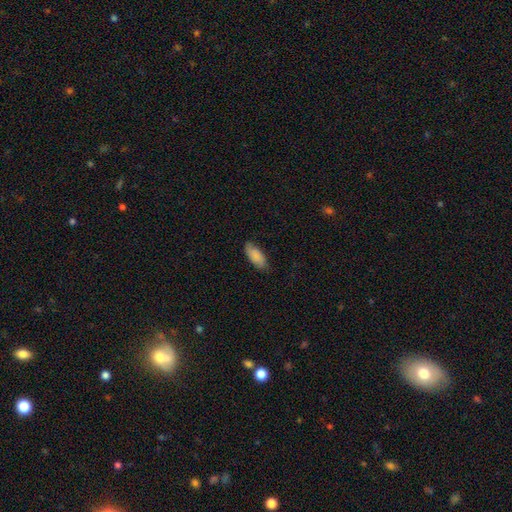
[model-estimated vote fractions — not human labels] A smooth galaxy with no disk features (86%) that is in between round and cigar-shaped (83%). Merging: none (79%).